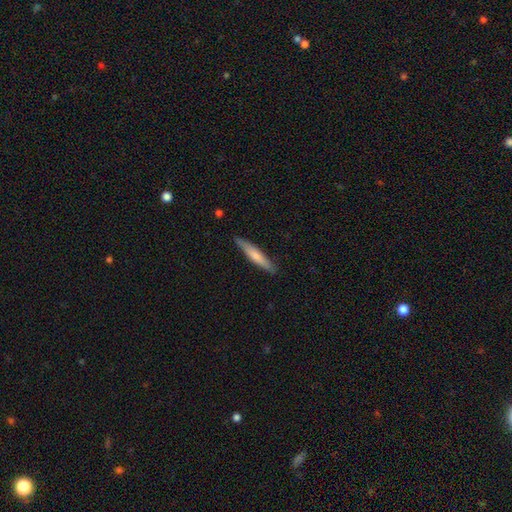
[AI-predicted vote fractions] Q: Smooth or featured?
A: smooth (67%); runner-up: featured or disk (28%)
Q: How rounded?
A: cigar-shaped (91%); runner-up: in between (8%)
Q: Merging?
A: none (86%); runner-up: minor disturbance (11%)